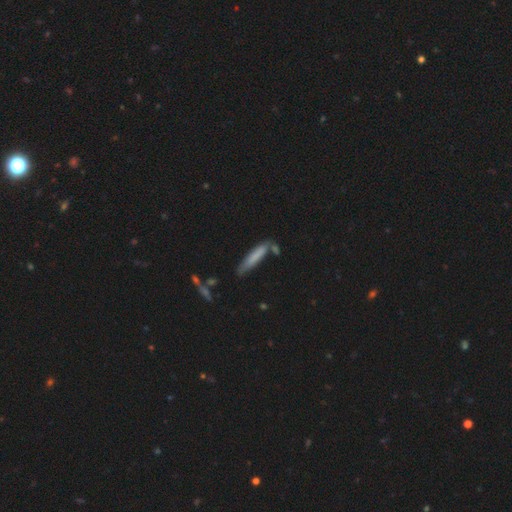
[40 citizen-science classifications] A smooth galaxy with no disk features (75%) that is cigar-shaped (93%).

Vote fractions:
- Smooth or featured? smooth: 75% / featured or disk: 20% / star or artifact: 5%
- How rounded? cigar-shaped: 93% / in between: 7% / round: 0%
- Merging? none: 55% / minor disturbance: 21% / merger: 13% / major disturbance: 11%